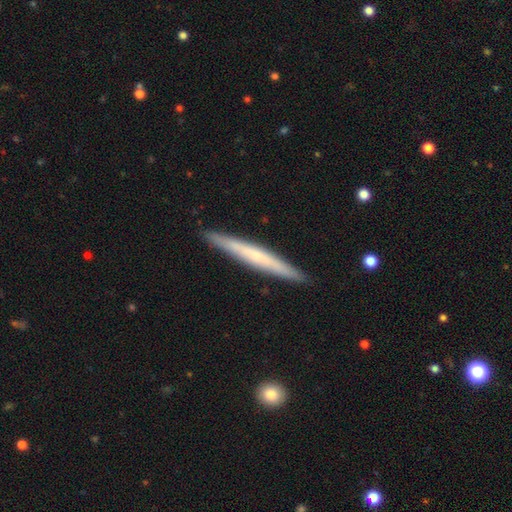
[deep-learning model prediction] Morphology: type=featured or disk (48%); merging=none (91%).